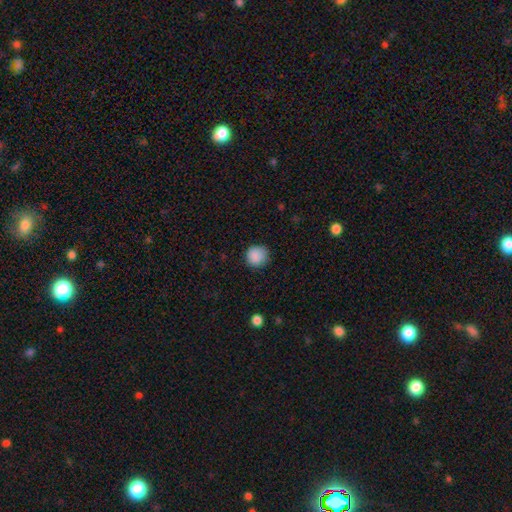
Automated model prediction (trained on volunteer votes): The model was most divided on "merging": none: 84%, minor disturbance: 12%, major disturbance: 3%, merger: 1%. More confident: how rounded — round (91%); smooth or featured — smooth (88%).